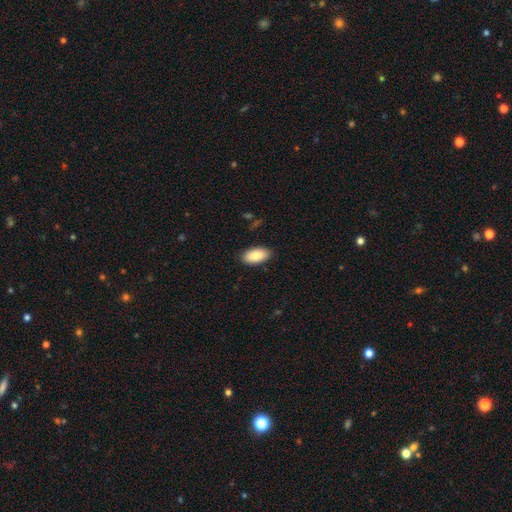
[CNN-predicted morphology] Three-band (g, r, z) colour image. It shows a smooth galaxy with no disk features (86%) that is in between round and cigar-shaped (94%). Merging: none (88%).